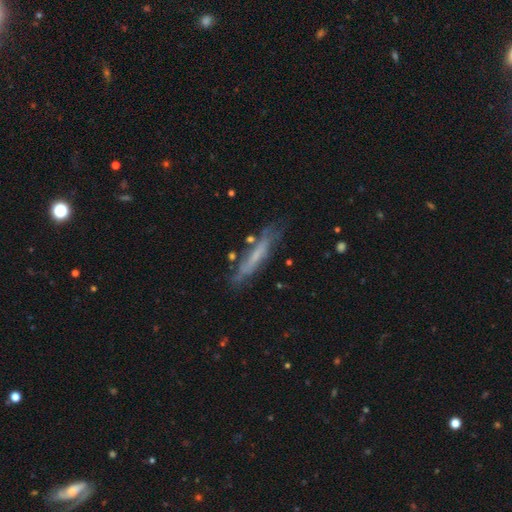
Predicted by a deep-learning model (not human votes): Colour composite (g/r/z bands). It shows a featured or disk galaxy (49%). Merging: none (71%).